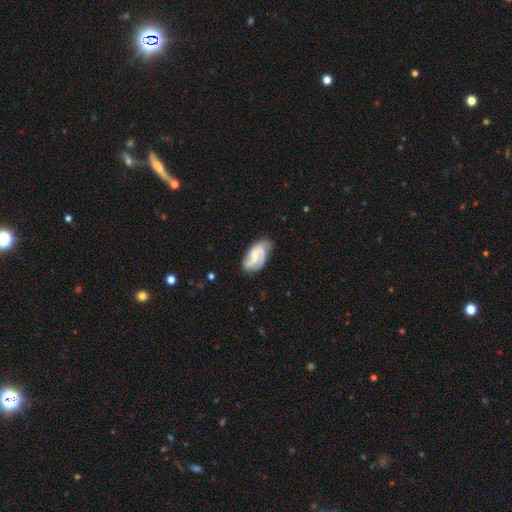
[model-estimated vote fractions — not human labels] Smooth or featured?
  - featured or disk: 76% *
  - smooth: 18%
  - star or artifact: 6%
Edge-on disk?
  - no: 97% *
  - yes: 3%
Bar?
  - no: 47% *
  - weak: 42%
  - strong: 11%
Spiral arms?
  - yes: 95% *
  - no: 5%
Spiral winding?
  - medium: 47% *
  - tight: 31%
  - loose: 23%
Spiral arm count?
  - 2: 48% *
  - 3: 30%
  - can't tell: 11%
  - 1: 4%
  - 4: 3%
  - more than 4: 2%
Bulge size?
  - small: 45% *
  - moderate: 32%
  - none: 19%
  - large: 4%
  - dominant: 1%
Merging?
  - none: 65% *
  - minor disturbance: 24%
  - major disturbance: 9%
  - merger: 2%